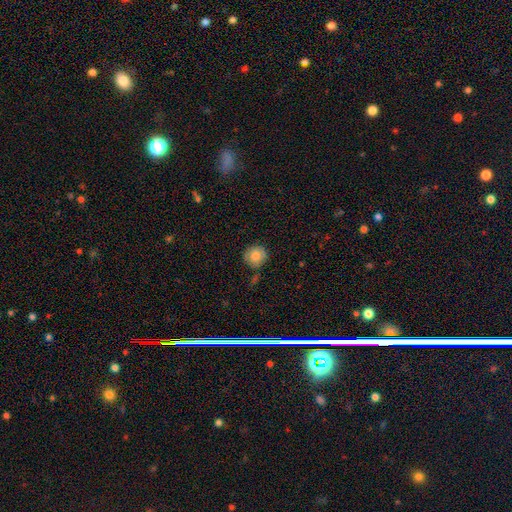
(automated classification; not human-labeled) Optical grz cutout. It shows a smooth galaxy with no disk features (83%) that is round (89%). Merging: none (75%).